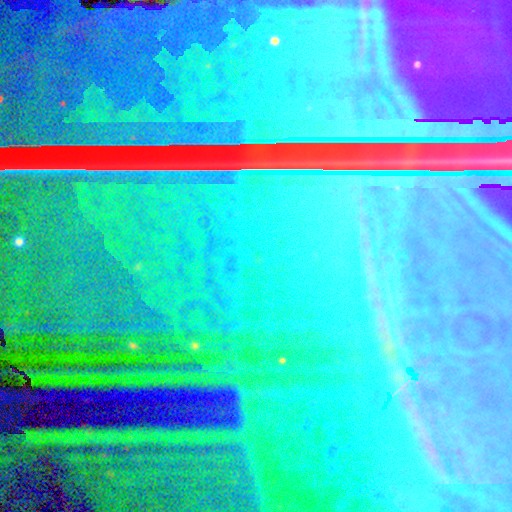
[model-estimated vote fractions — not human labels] This is clearly a star or artifact rather than a galaxy (87%).